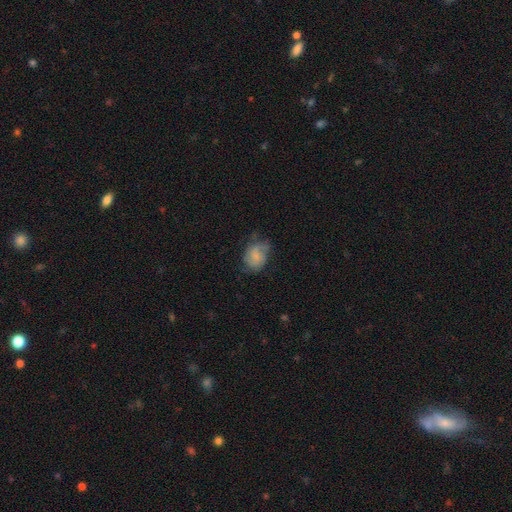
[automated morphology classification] Smooth or featured? smooth (54%)
How rounded? in between (59%)
Merging? none (47%)